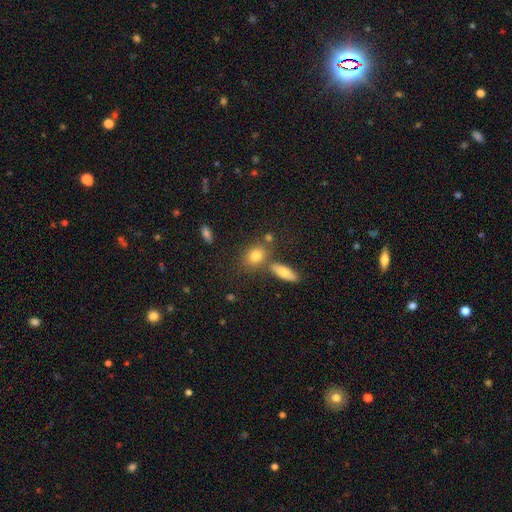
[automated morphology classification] smooth 79%, featured or disk 11%, star or artifact 10%. Down the decision tree: how rounded — in between (58%); merging — none (63%).